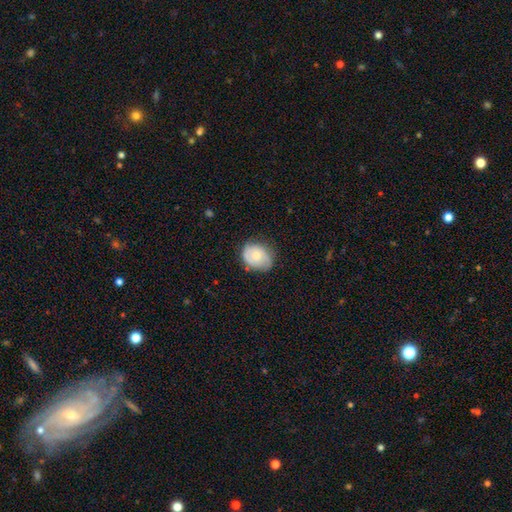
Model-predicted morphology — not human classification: Smooth or featured: smooth — 53% (featured or disk — 40%)
How rounded: in between — 50% (round — 49%)
Merging: none — 67% (minor disturbance — 25%)